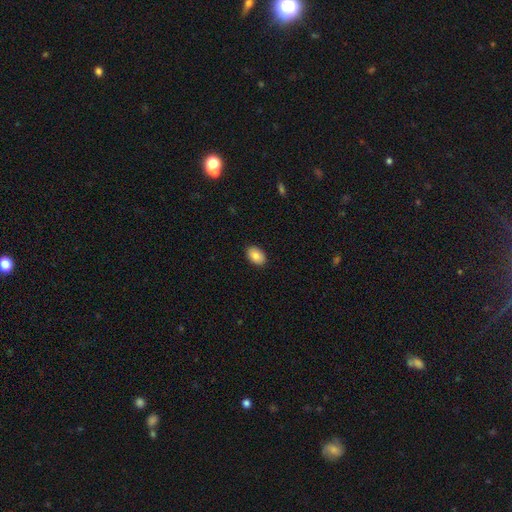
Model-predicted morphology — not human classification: Q: Smooth or featured?
A: smooth (86%); runner-up: featured or disk (7%)
Q: How rounded?
A: in between (89%); runner-up: round (10%)
Q: Merging?
A: none (90%); runner-up: minor disturbance (8%)